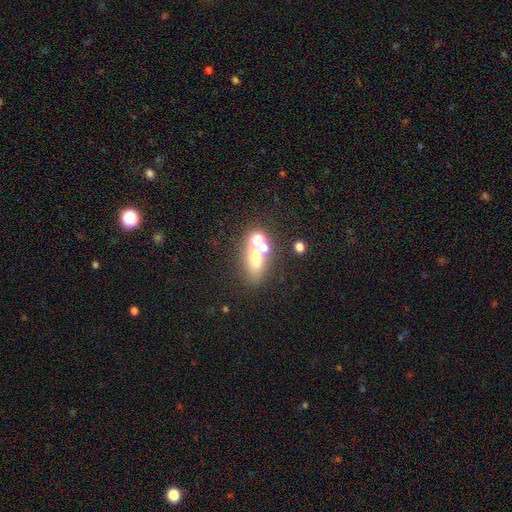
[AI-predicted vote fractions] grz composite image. It shows a smooth galaxy with no disk features (51%) that is in between round and cigar-shaped (58%). Merging: none (46%).